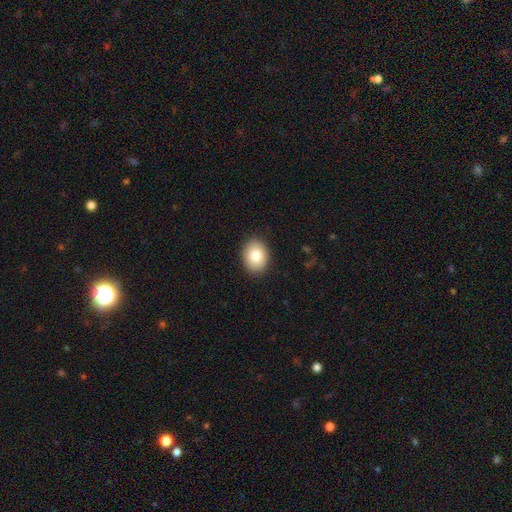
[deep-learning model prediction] A smooth galaxy with no disk features (82%) that is in between round and cigar-shaped (62%). Merging: none (90%).